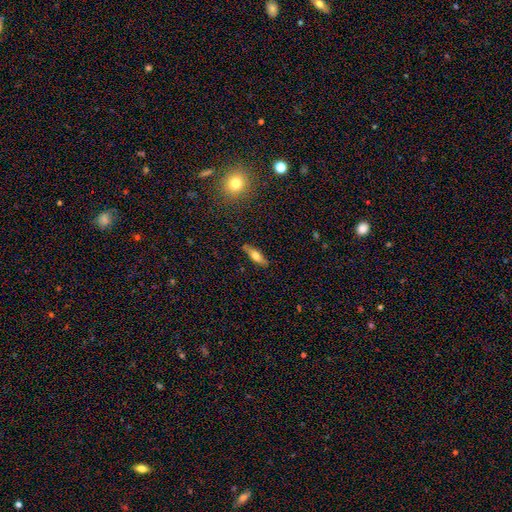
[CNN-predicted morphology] Smooth or featured? Predicted: smooth (p=0.50). Merging? Predicted: none (p=0.87).